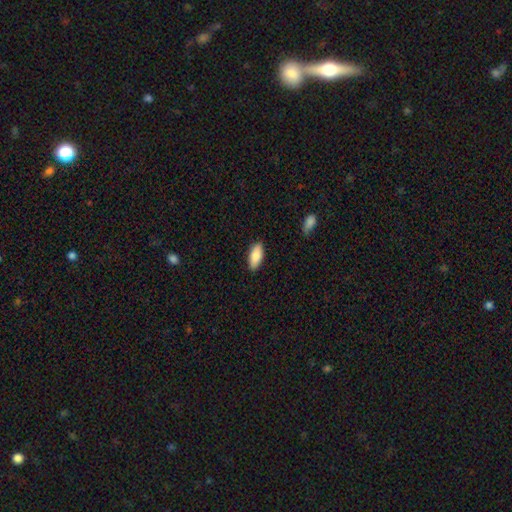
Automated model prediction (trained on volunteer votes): A smooth galaxy with no disk features (85%) that is in between round and cigar-shaped (85%).

Vote fractions:
- Smooth or featured? smooth: 85% / featured or disk: 9% / star or artifact: 6%
- How rounded? in between: 85% / cigar-shaped: 13% / round: 2%
- Merging? none: 88% / minor disturbance: 9% / major disturbance: 2% / merger: 1%